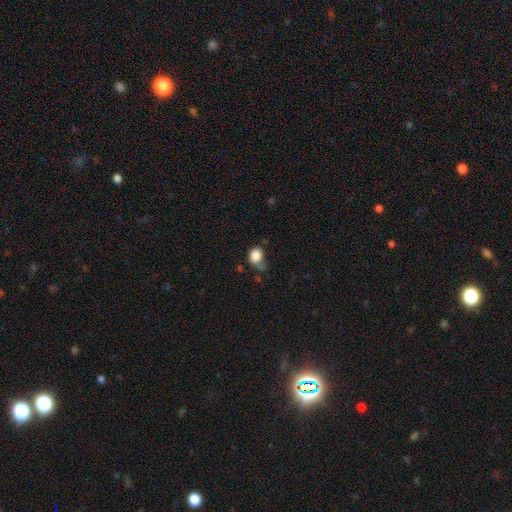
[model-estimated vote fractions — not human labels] A smooth galaxy with no disk features (85%) that is round (51%).

Vote fractions:
- Smooth or featured? smooth: 85% / star or artifact: 10% / featured or disk: 6%
- How rounded? round: 51% / in between: 48% / cigar-shaped: 1%
- Merging? none: 46% / minor disturbance: 32% / major disturbance: 15% / merger: 6%